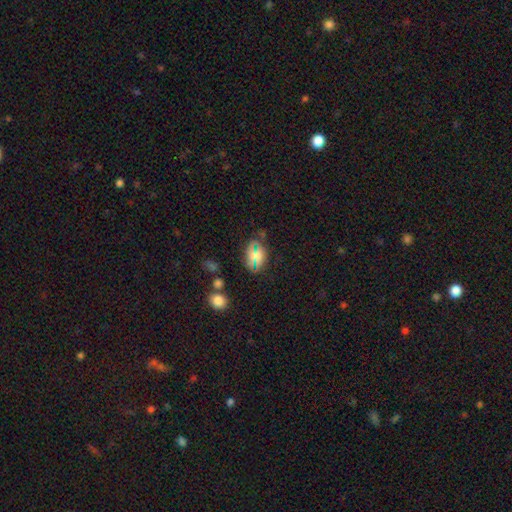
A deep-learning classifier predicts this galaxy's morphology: smooth_or_featured: smooth (p=0.58) [alt: star or artifact p=0.23]
how_rounded: in between (p=0.77) [alt: round p=0.20]
merging: none (p=0.67) [alt: minor disturbance p=0.20]